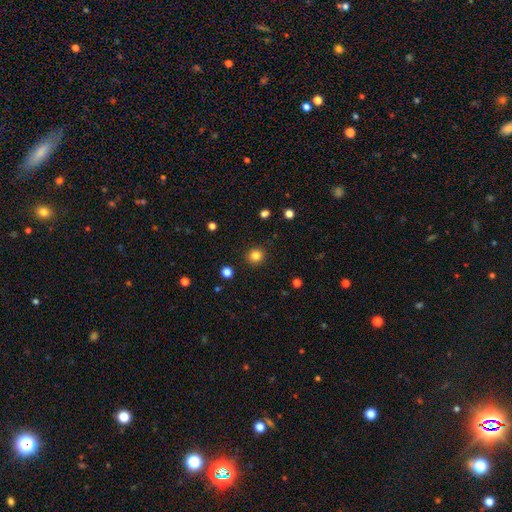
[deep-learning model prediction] The model was most divided on "smooth or featured": smooth: 83%, star or artifact: 13%, featured or disk: 5%. More confident: how rounded — round (92%); merging — none (92%).